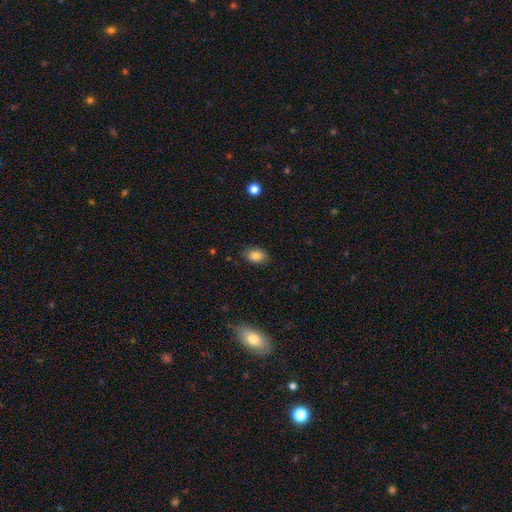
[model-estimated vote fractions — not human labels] A smooth galaxy with no disk features (85%) that is in between round and cigar-shaped (79%). Merging: none (82%).